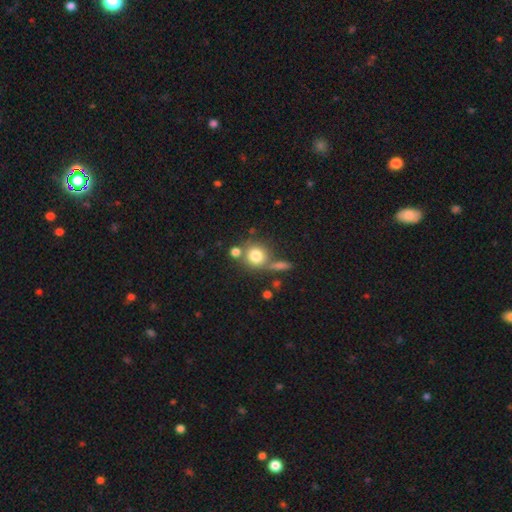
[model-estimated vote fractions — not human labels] Smooth or featured? Predicted: smooth (p=0.77). How rounded? Predicted: round (p=0.86). Merging? Predicted: none (p=0.60).